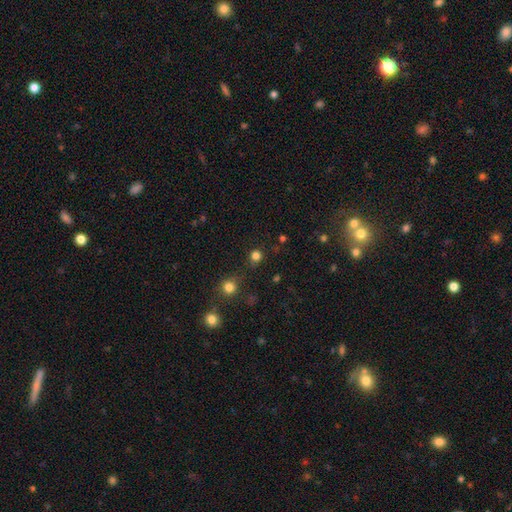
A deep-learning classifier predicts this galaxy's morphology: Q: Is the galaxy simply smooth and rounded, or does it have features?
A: smooth — 77%.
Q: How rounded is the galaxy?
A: round — 91%.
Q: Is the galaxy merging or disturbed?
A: none — 80%.